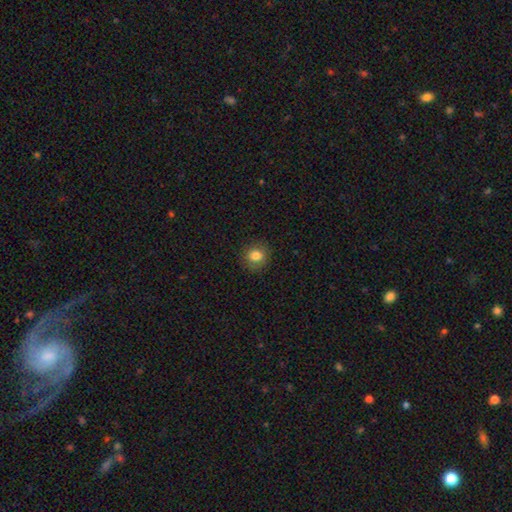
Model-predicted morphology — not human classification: Smooth or featured?
  - smooth: 82% *
  - star or artifact: 11%
  - featured or disk: 7%
How rounded?
  - round: 86% *
  - in between: 13%
  - cigar-shaped: 1%
Merging?
  - none: 88% *
  - minor disturbance: 8%
  - major disturbance: 2%
  - merger: 1%